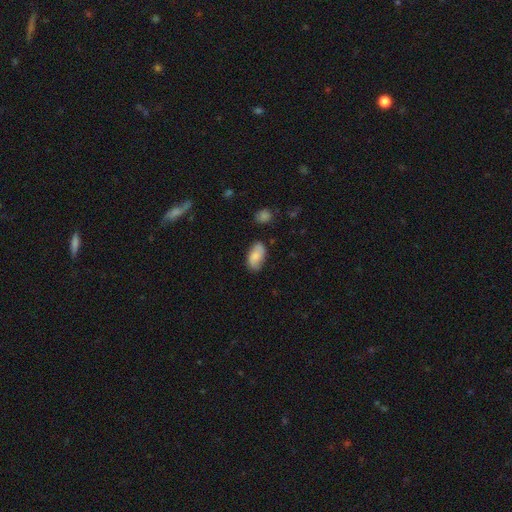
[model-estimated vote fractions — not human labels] Overall: smooth (73%). How rounded: in between (93%). Merging: none (74%).